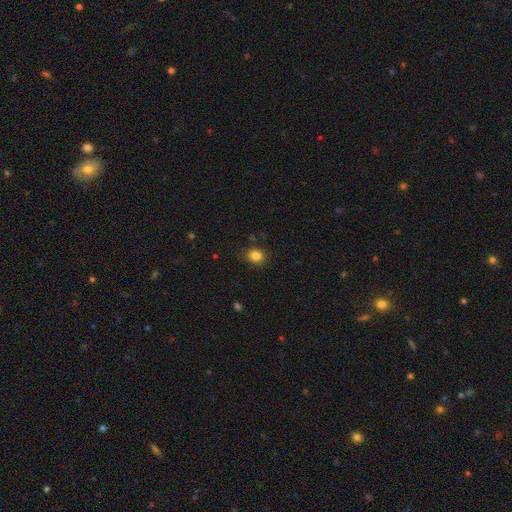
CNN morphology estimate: Smooth or featured: smooth — 84% (star or artifact — 11%)
How rounded: round — 63% (in between — 36%)
Merging: none — 84% (minor disturbance — 12%)